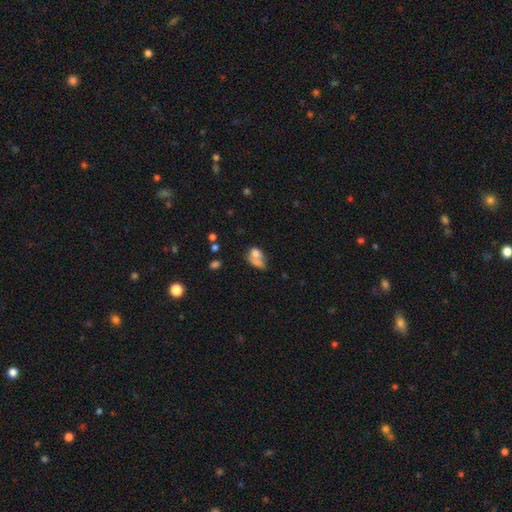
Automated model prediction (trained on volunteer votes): smooth 68%, featured or disk 21%, star or artifact 12%. Down the decision tree: how rounded — in between (66%); merging — merger (42%).